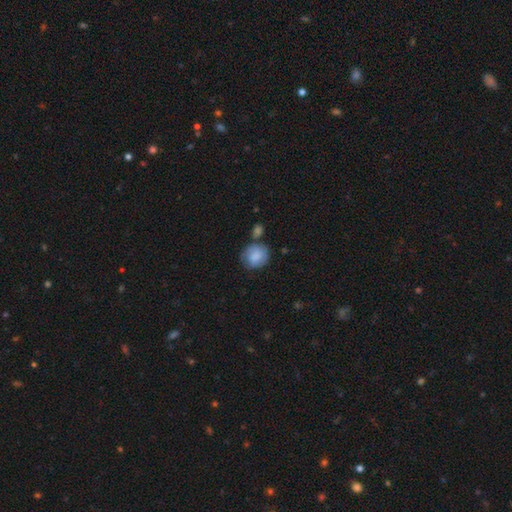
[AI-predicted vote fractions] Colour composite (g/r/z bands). It shows a smooth galaxy with no disk features (72%) that is round (73%). Merging: none (57%).